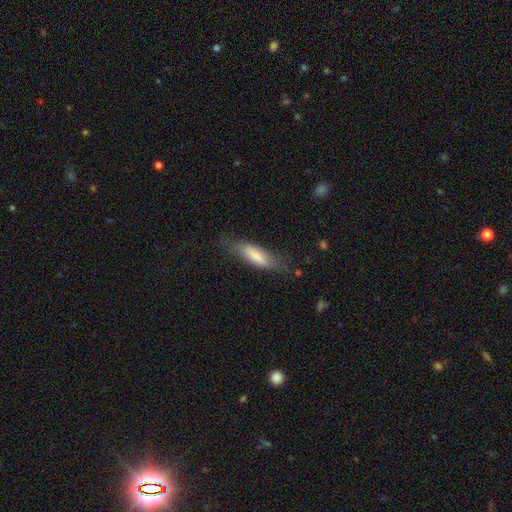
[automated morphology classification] Overall: smooth (77%). How rounded: cigar-shaped (53%; in between 45%). Merging: none (65%).